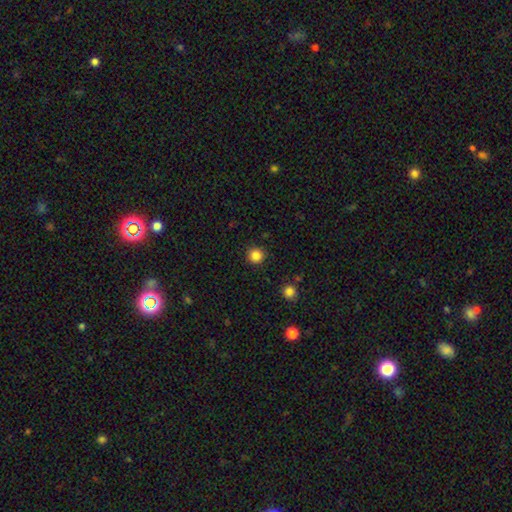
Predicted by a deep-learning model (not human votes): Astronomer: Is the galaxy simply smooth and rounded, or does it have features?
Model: smooth — 85%.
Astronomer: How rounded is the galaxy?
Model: round — 95%.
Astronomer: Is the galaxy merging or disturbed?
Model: none — 92%.